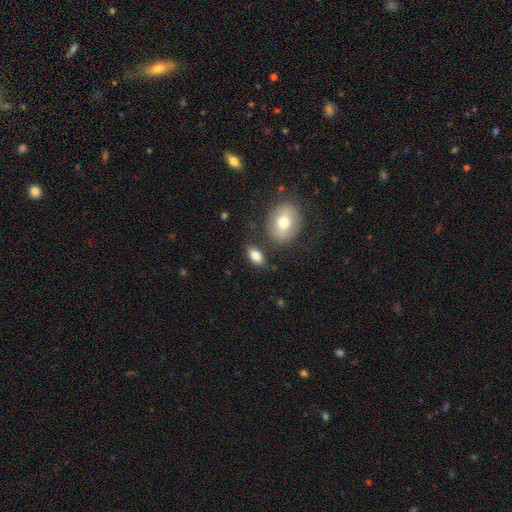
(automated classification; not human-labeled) Smooth or featured?
  - smooth: 81% *
  - featured or disk: 12%
  - star or artifact: 7%
How rounded?
  - in between: 88% *
  - round: 8%
  - cigar-shaped: 5%
Merging?
  - none: 77% *
  - minor disturbance: 12%
  - merger: 7%
  - major disturbance: 4%